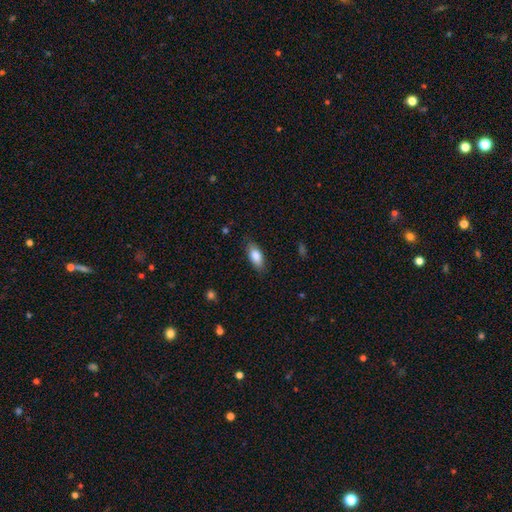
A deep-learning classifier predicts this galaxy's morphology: smooth_or_featured: smooth (p=0.84) [alt: featured or disk p=0.09]
how_rounded: in between (p=0.85) [alt: cigar-shaped p=0.12]
merging: none (p=0.83) [alt: minor disturbance p=0.13]